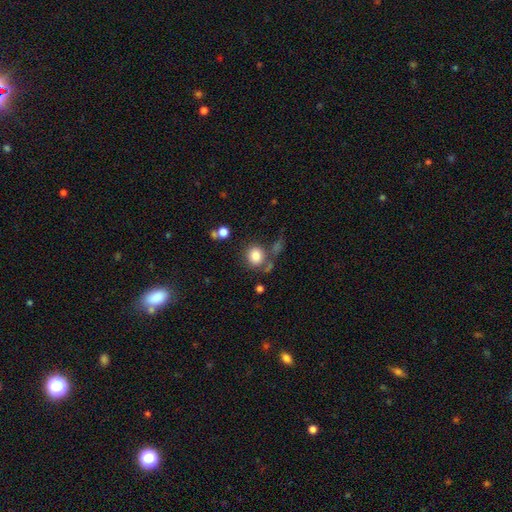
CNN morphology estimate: A smooth galaxy with no disk features (82%) that is round (81%). Merging: none (67%).